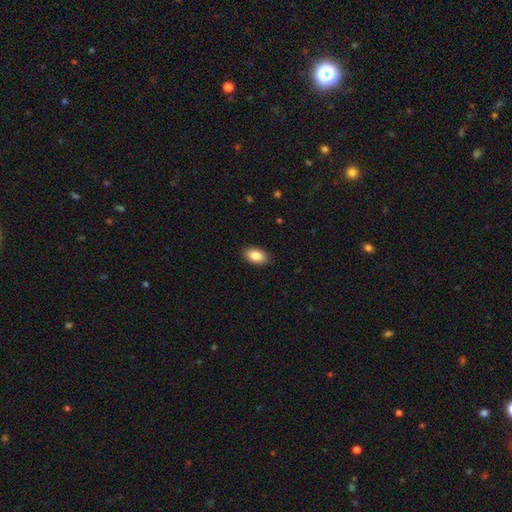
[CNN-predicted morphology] Smooth or featured: smooth — 86% (featured or disk — 7%)
How rounded: in between — 93% (round — 5%)
Merging: none — 89% (minor disturbance — 8%)